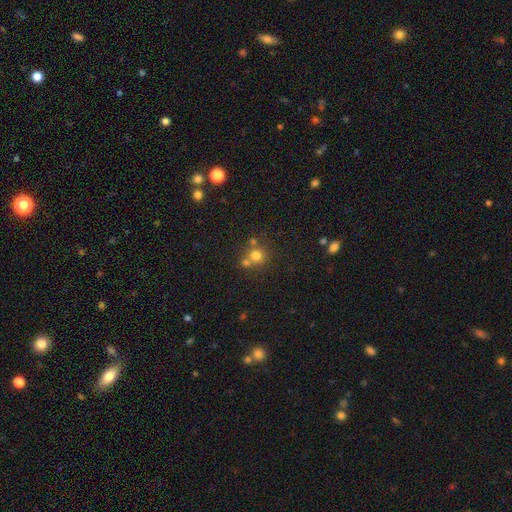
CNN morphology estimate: Overall: smooth (72%). How rounded: round (89%). Merging: none (54%; merger 35%).